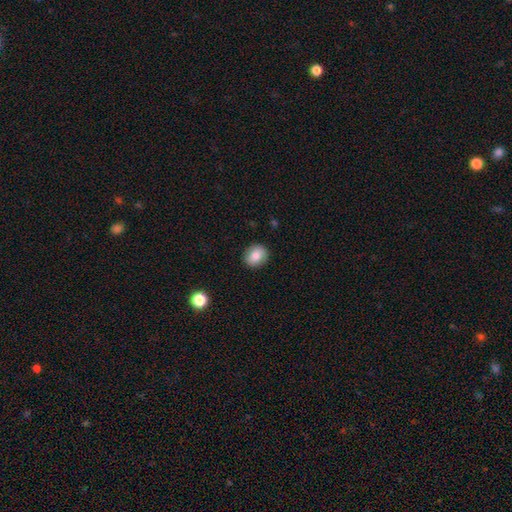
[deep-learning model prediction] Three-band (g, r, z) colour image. It shows a smooth galaxy with no disk features (80%) that is round (72%). Merging: none (89%).